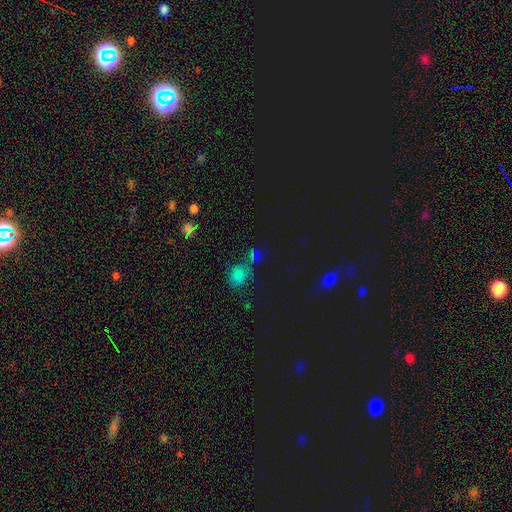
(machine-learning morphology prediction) A star or artifact, not a galaxy (55%).